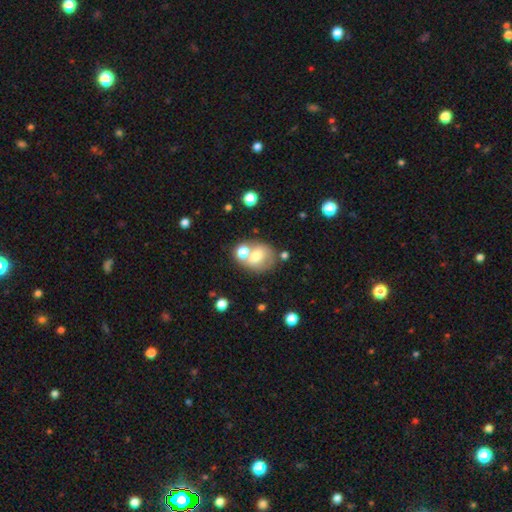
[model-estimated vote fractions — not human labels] The model was most divided on "merging": none: 43%, merger: 35%, minor disturbance: 14%, major disturbance: 8%. More confident: smooth or featured — smooth (63%); how rounded — round (61%).